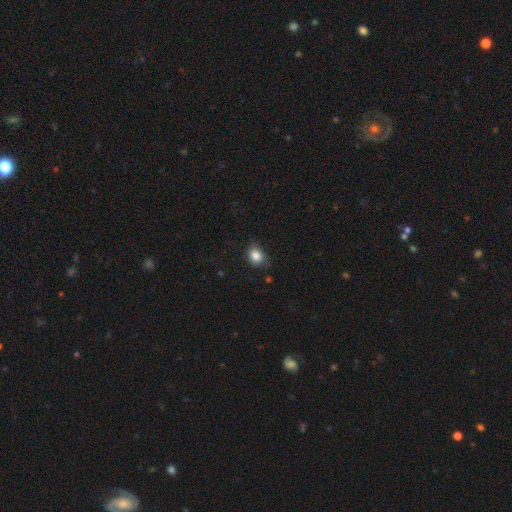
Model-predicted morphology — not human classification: Overall: smooth (85%). How rounded: in between (50%; round 49%). Merging: none (71%).